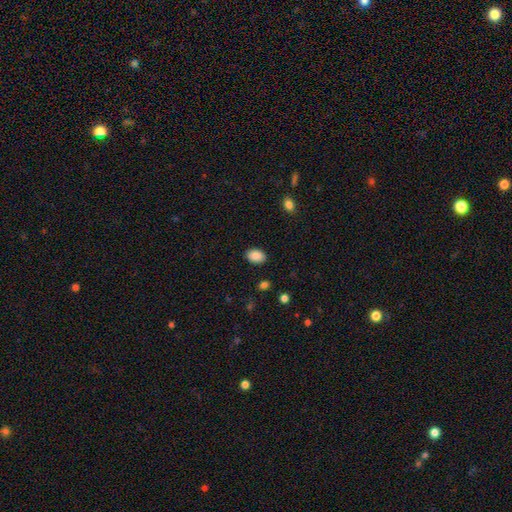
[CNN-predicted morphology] This is clearly a smooth galaxy (88%). How rounded: clearly in between (85%). Merging: clearly none (88%).